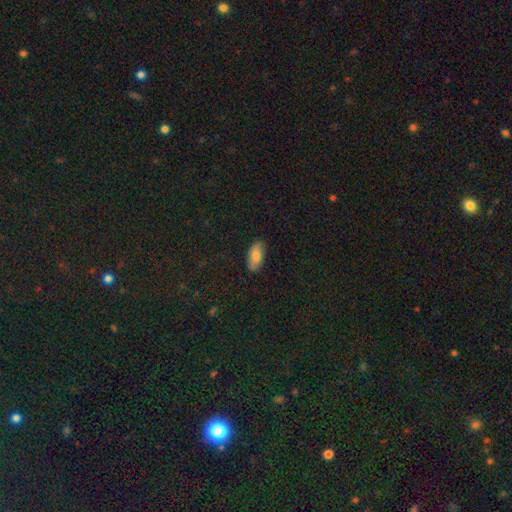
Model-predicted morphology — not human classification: Q: Smooth or featured?
A: smooth (81%); runner-up: featured or disk (12%)
Q: How rounded?
A: in between (91%); runner-up: cigar-shaped (7%)
Q: Merging?
A: none (84%); runner-up: minor disturbance (13%)